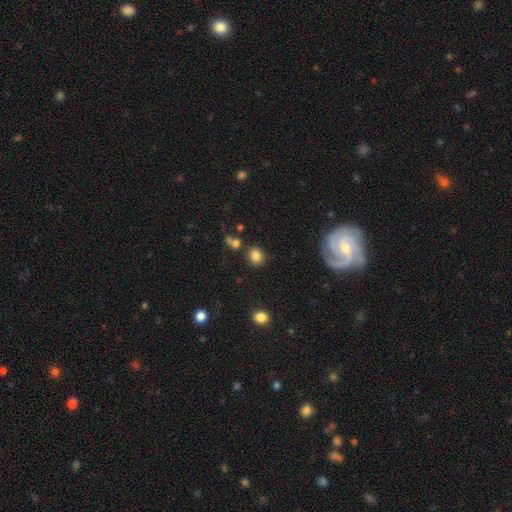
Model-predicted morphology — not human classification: type=smooth (83%); roundness=round (69%); merging=none (78%).